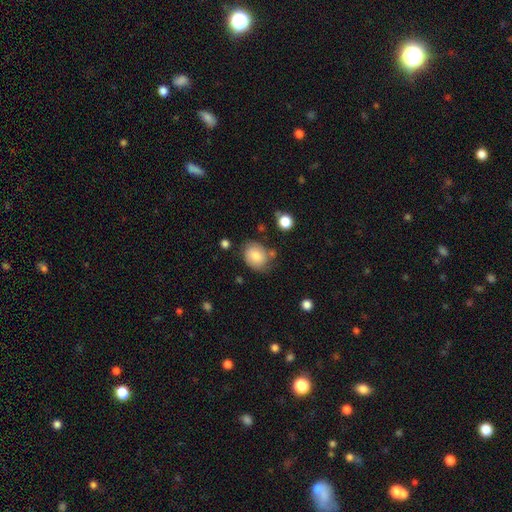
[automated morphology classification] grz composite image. It shows a smooth galaxy with no disk features (76%) that is in between round and cigar-shaped (54%). Merging: none (66%).